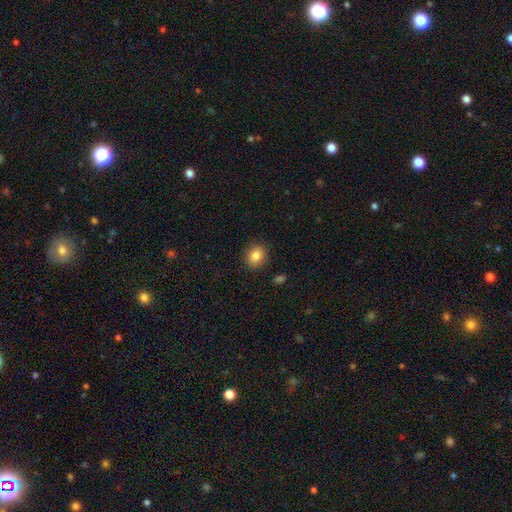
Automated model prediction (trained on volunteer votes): A smooth galaxy with no disk features (84%) that is round (58%).

Vote fractions:
- Smooth or featured? smooth: 84% / star or artifact: 10% / featured or disk: 6%
- How rounded? round: 58% / in between: 41% / cigar-shaped: 1%
- Merging? none: 88% / minor disturbance: 8% / major disturbance: 2% / merger: 1%